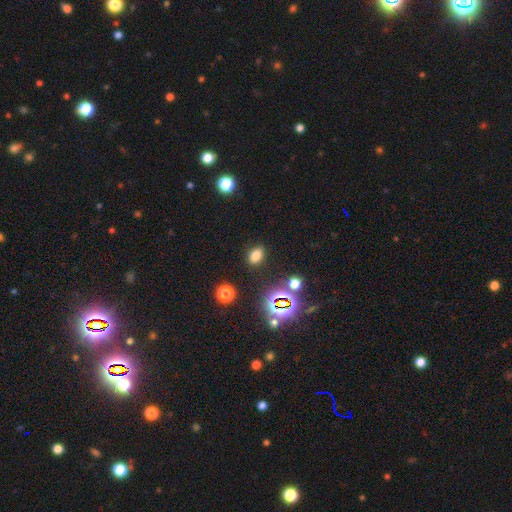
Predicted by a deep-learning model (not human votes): This appears to be a smooth galaxy with no disk features (74%) that is in between round and cigar-shaped (78%). Merging: none (84%).